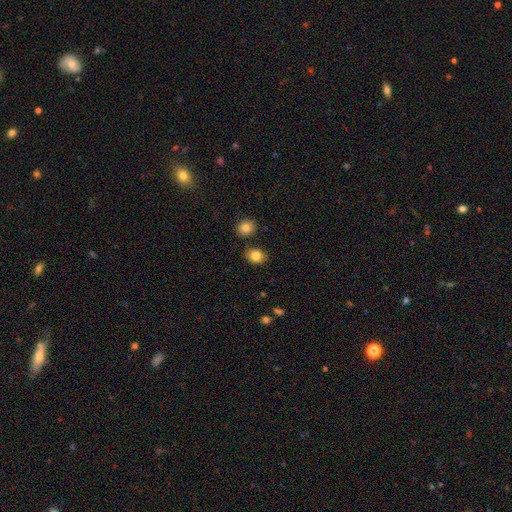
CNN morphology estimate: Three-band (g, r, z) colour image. It shows a smooth galaxy with no disk features (84%) that is in between round and cigar-shaped (59%). Merging: none (81%).